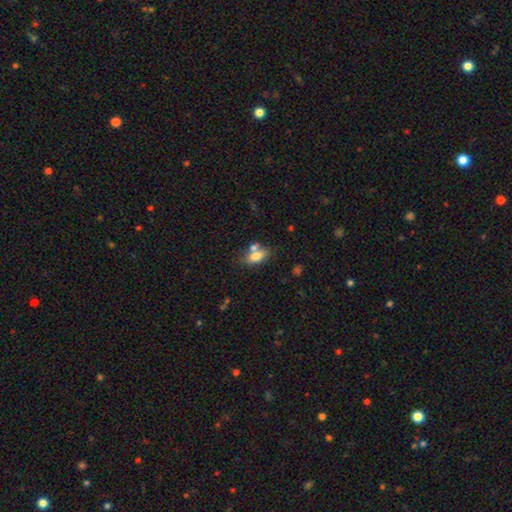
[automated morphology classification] smooth 76%, featured or disk 15%, star or artifact 9%. Down the decision tree: how rounded — in between (85%); merging — none (52%).